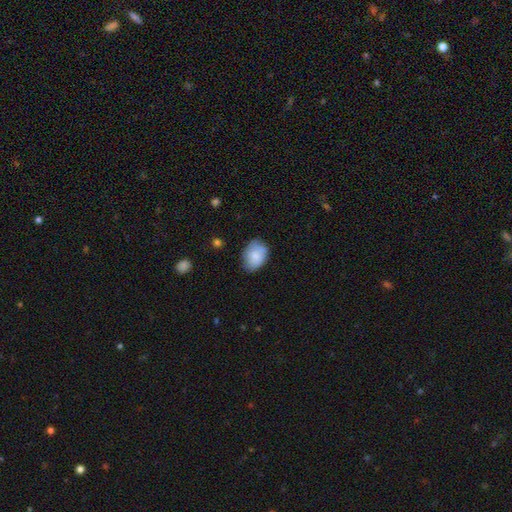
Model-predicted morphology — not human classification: smooth_or_featured: smooth (p=0.81) [alt: featured or disk p=0.13]
how_rounded: in between (p=0.76) [alt: round p=0.23]
merging: none (p=0.69) [alt: minor disturbance p=0.25]